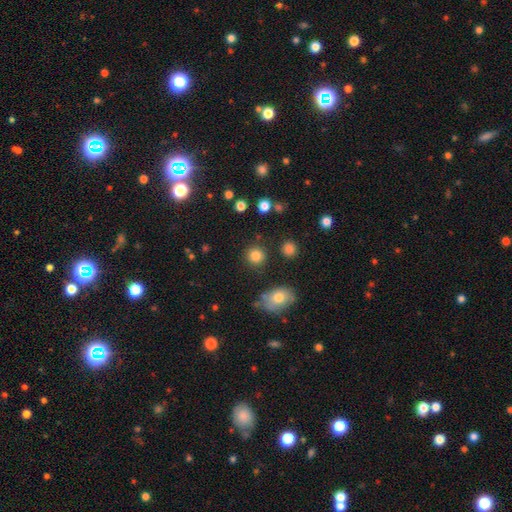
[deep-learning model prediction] A smooth galaxy with no disk features (83%) that is round (90%). Merging: none (86%).